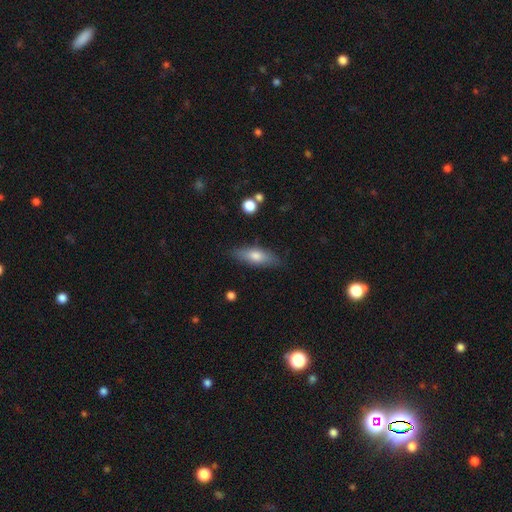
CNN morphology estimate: smooth_or_featured: smooth (p=0.64) [alt: featured or disk p=0.29]
how_rounded: in between (p=0.54) [alt: cigar-shaped p=0.43]
merging: none (p=0.85) [alt: minor disturbance p=0.11]